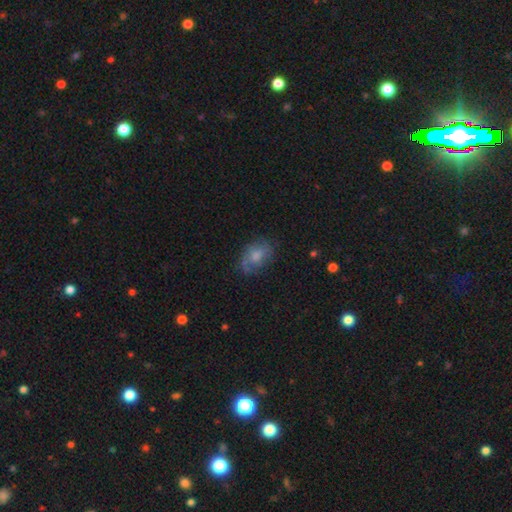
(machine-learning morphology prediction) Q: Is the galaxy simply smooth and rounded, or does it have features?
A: smooth — 61%.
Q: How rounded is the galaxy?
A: in between — 78%.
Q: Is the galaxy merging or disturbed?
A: none — 61%.